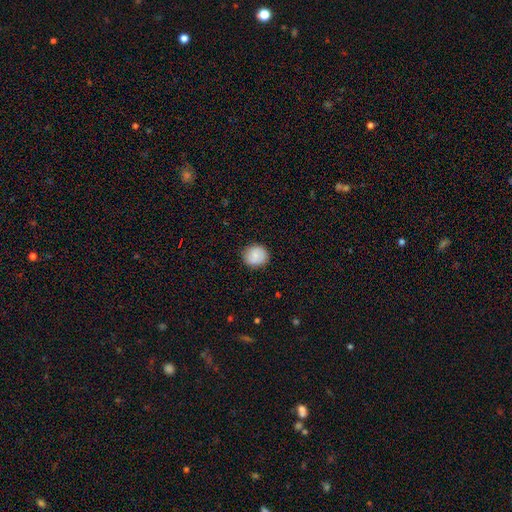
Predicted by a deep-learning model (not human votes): A smooth galaxy with no disk features (79%) that is round (81%). Merging: none (87%).